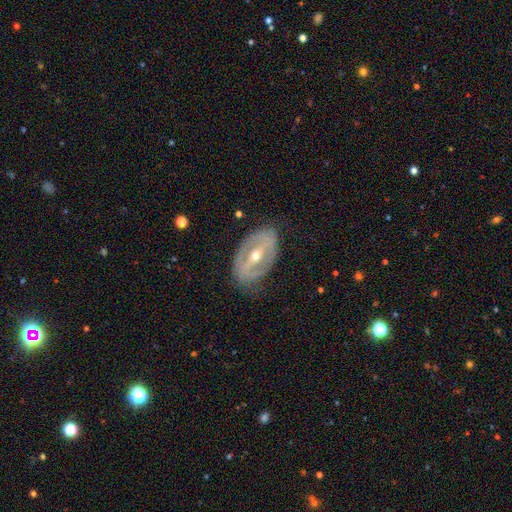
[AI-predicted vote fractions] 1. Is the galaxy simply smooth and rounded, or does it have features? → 81% featured or disk, 13% smooth, 6% star or artifact.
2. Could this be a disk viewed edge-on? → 91% no, 9% yes.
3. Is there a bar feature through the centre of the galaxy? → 63% strong, 25% weak, 12% no.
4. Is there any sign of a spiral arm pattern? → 56% yes, 44% no.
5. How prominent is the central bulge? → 49% moderate, 48% small, 1% large, 1% dominant, 1% none.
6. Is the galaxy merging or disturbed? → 74% none, 17% minor disturbance, 7% major disturbance, 1% merger.